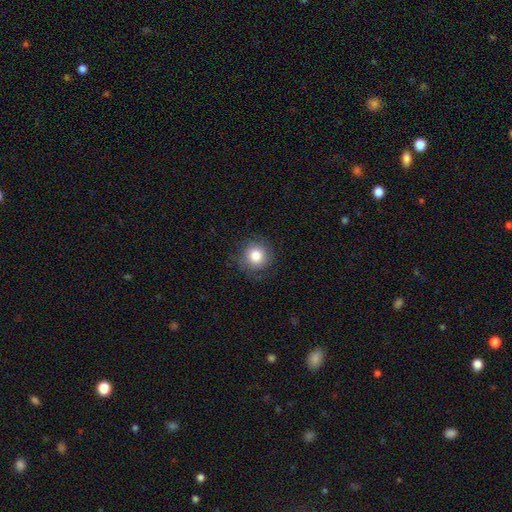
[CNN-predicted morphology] Smooth or featured: smooth — 80% (featured or disk — 11%)
How rounded: round — 91% (in between — 8%)
Merging: none — 81% (minor disturbance — 13%)